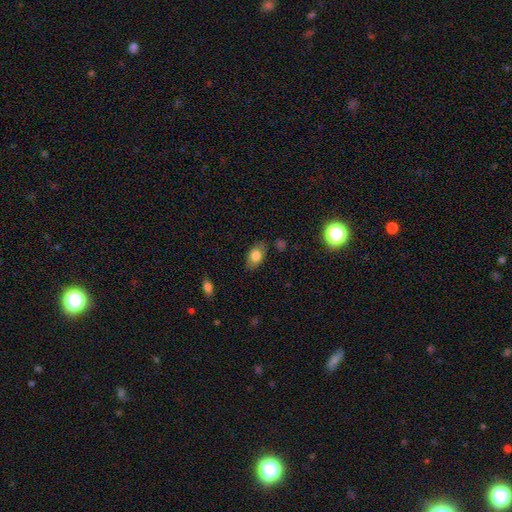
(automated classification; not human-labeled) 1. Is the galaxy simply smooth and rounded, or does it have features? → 77% smooth, 15% featured or disk, 8% star or artifact.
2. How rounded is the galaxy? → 87% in between, 11% round, 2% cigar-shaped.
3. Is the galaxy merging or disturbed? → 79% none, 16% minor disturbance, 4% major disturbance, 2% merger.